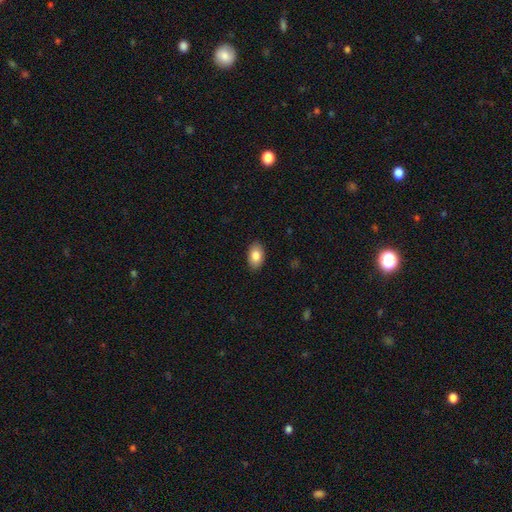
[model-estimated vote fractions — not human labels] Smooth or featured? smooth (84%)
How rounded? in between (91%)
Merging? none (88%)